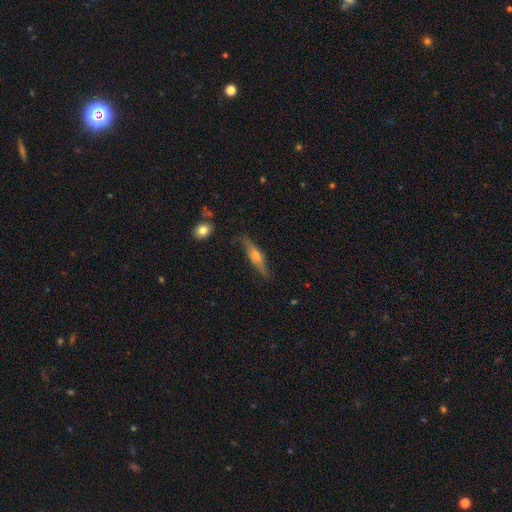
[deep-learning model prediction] featured or disk 62%, smooth 31%, star or artifact 7%. Down the decision tree: edge-on disk — yes (93%); edge-on bulge — rounded (85%); merging — none (82%).